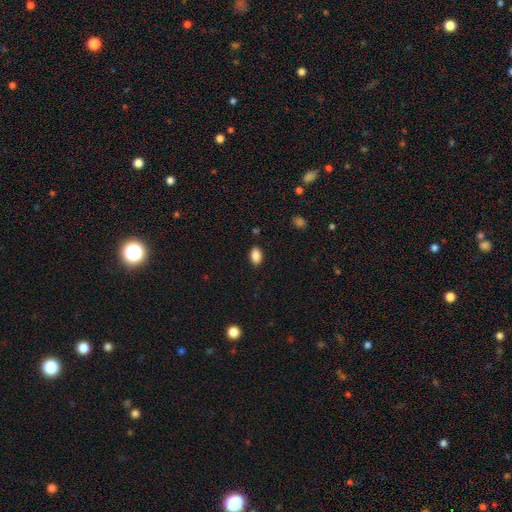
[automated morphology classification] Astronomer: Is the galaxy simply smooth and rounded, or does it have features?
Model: smooth — 88%.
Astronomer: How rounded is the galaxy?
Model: in between — 90%.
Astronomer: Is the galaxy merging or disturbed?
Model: none — 87%.